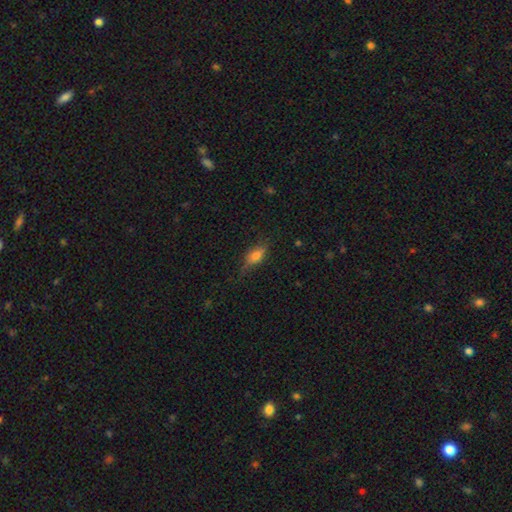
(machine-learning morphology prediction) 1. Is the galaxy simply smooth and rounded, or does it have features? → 64% smooth, 26% featured or disk, 10% star or artifact.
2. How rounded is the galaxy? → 78% in between, 16% cigar-shaped, 6% round.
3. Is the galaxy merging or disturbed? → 64% none, 25% minor disturbance, 9% major disturbance, 2% merger.